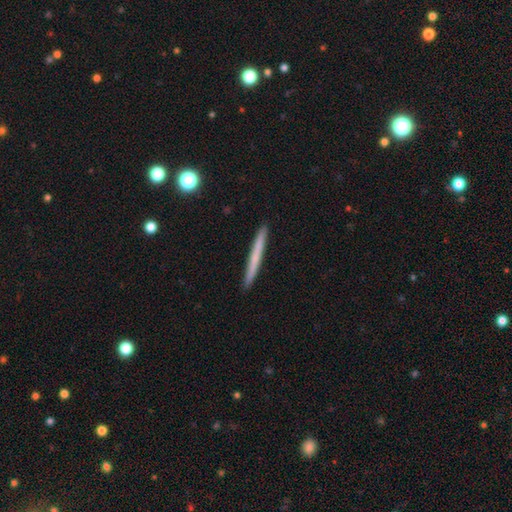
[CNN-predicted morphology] The model was most divided on "smooth or featured": smooth: 58%, featured or disk: 36%, star or artifact: 6%. More confident: how rounded — cigar-shaped (97%); merging — none (92%).